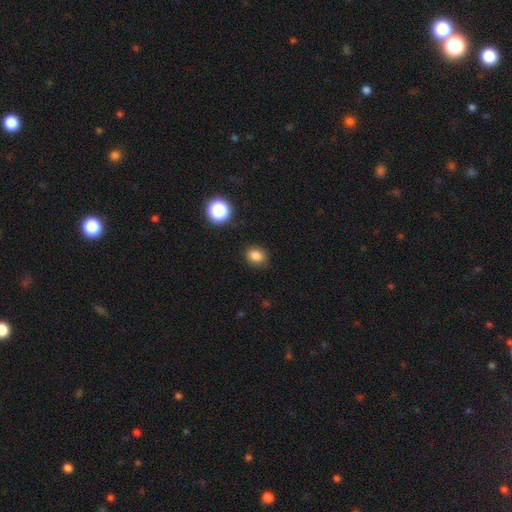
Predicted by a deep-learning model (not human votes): smooth_or_featured: smooth (p=0.82) [alt: star or artifact p=0.13]
how_rounded: round (p=0.61) [alt: in between p=0.39]
merging: none (p=0.85) [alt: minor disturbance p=0.11]